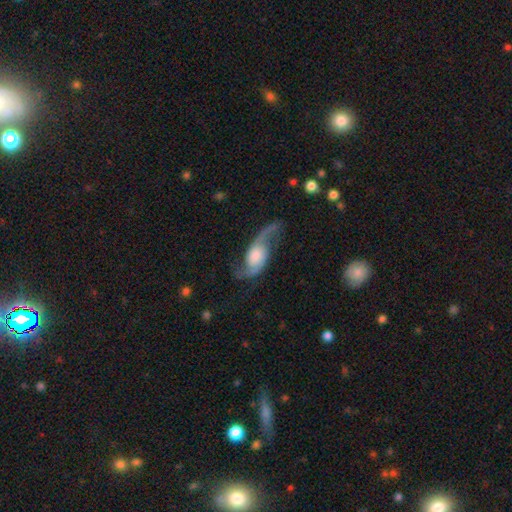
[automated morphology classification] This appears to be a featured or disk galaxy (86%) with no bar (61%), 2 (91%) loose (70%) spiral arms (96%) and a moderate central bulge (32%). Merging: none (64%).